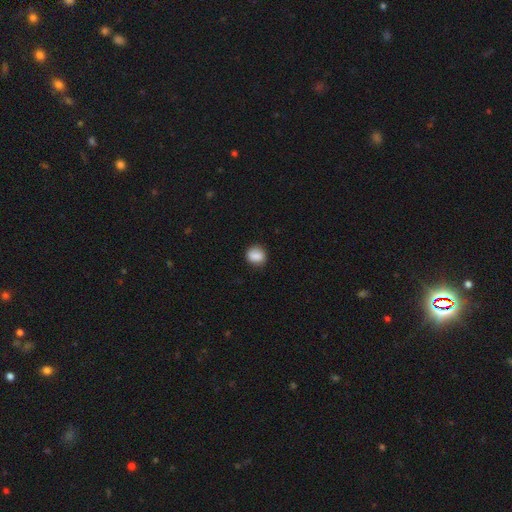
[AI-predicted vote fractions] smooth 87%, star or artifact 8%, featured or disk 5%. Down the decision tree: how rounded — round (70%); merging — none (80%).